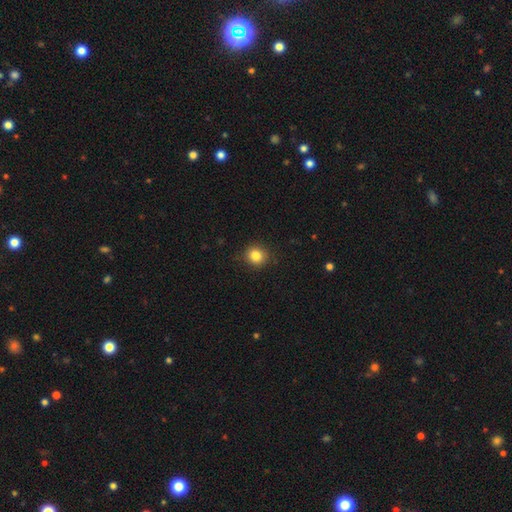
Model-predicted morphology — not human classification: The model was most divided on "smooth or featured": smooth: 84%, star or artifact: 11%, featured or disk: 5%. More confident: merging — none (89%); how rounded — round (88%).